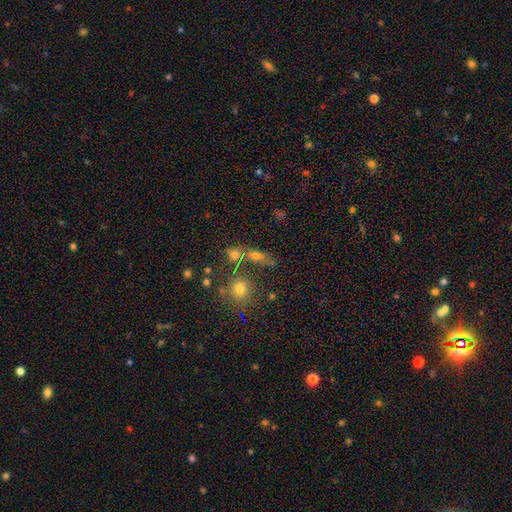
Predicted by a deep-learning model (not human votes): Smooth or featured? smooth (64%)
How rounded? in between (47%)
Merging? none (52%)